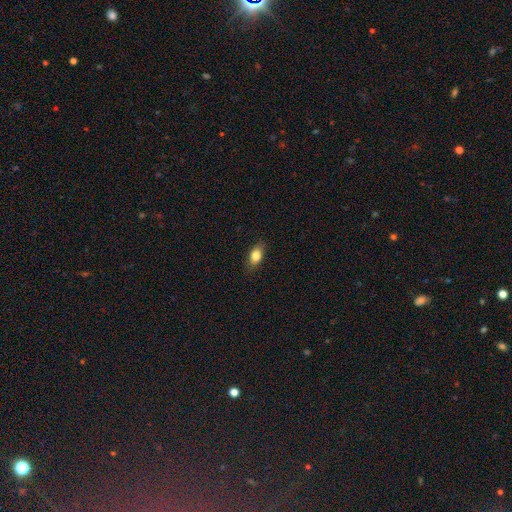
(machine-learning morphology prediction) Q: Smooth or featured?
A: smooth (82%); runner-up: featured or disk (10%)
Q: How rounded?
A: in between (84%); runner-up: round (10%)
Q: Merging?
A: none (84%); runner-up: minor disturbance (13%)